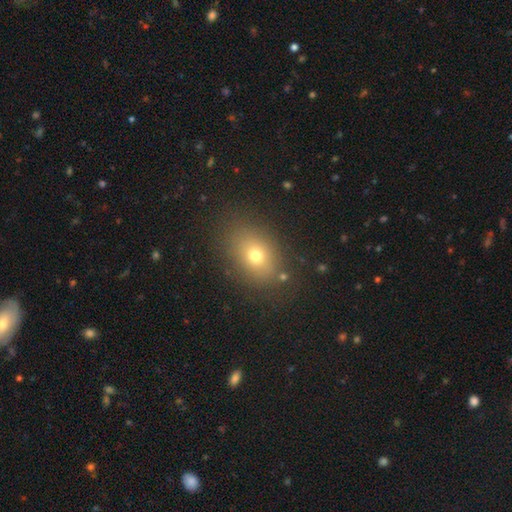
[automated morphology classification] Smooth or featured? Predicted: smooth (p=0.69). How rounded? Predicted: in between (p=0.69). Merging? Predicted: none (p=0.81).